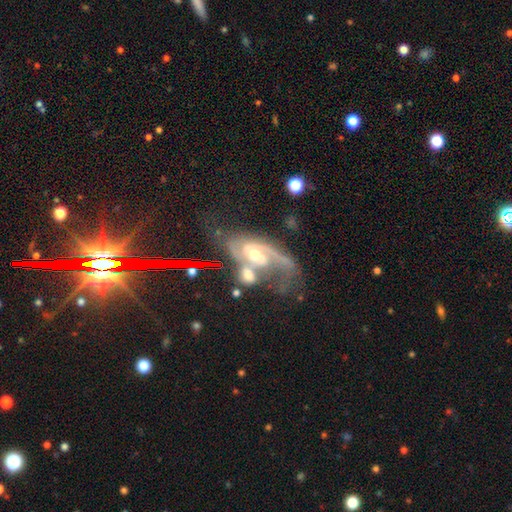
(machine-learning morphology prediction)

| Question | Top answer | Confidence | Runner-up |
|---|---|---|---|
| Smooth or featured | featured or disk | 83% | smooth (9%) |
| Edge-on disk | no | 94% | yes (6%) |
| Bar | no | 44% | weak (37%) |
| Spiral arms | yes | 93% | no (7%) |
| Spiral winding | medium | 47% | loose (31%) |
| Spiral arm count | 2 | 68% | 1 (15%) |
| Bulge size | moderate | 64% | small (27%) |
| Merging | merger | 42% | none (25%) |